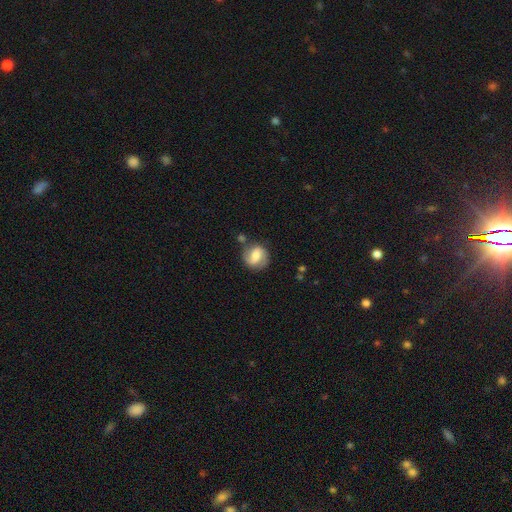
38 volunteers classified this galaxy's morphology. This appears to be a featured or disk galaxy (63%) with no bar (42%), 2 (83%) medium (44%) spiral arms (75%) and a moderate central bulge (42%). Merging: none (63%).